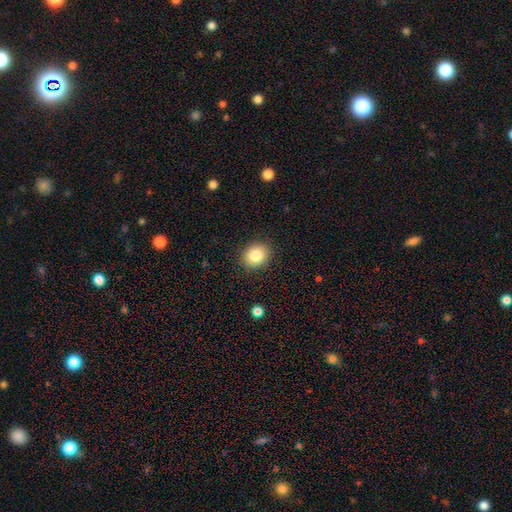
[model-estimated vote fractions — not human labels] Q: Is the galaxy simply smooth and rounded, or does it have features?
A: smooth — 85%.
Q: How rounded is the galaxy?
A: round — 59%.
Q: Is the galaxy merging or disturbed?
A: none — 89%.